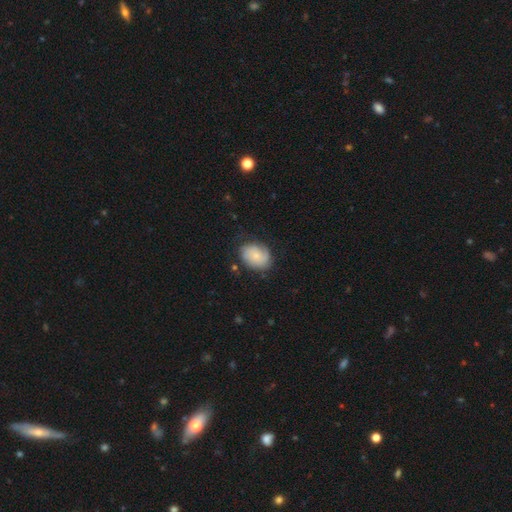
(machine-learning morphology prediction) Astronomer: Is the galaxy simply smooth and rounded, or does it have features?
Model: smooth — 63%.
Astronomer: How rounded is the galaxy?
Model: in between — 64%.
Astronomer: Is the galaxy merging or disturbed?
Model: none — 67%.